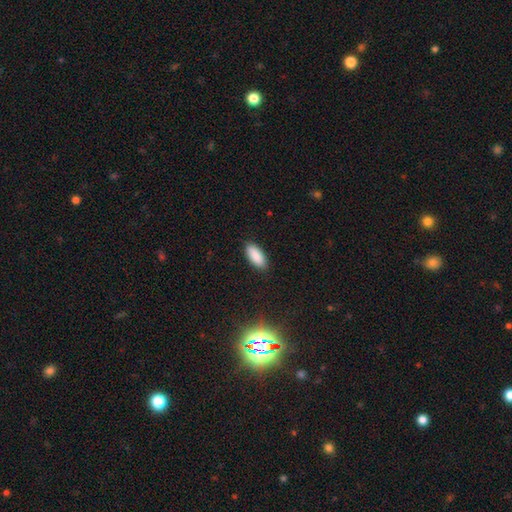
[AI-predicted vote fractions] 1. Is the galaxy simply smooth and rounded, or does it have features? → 89% smooth, 7% star or artifact, 4% featured or disk.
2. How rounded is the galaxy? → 88% in between, 10% cigar-shaped, 2% round.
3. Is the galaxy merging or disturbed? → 88% none, 9% minor disturbance, 2% major disturbance, 1% merger.